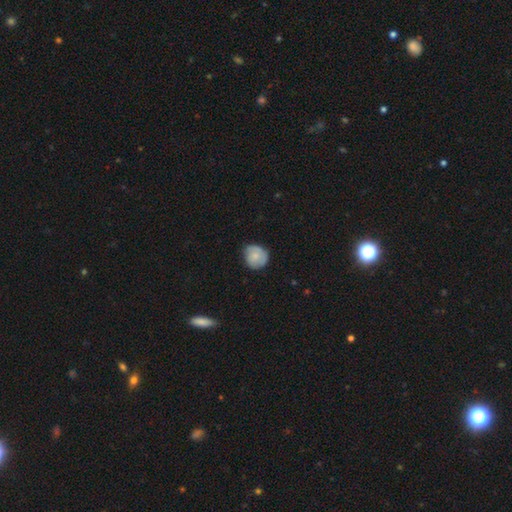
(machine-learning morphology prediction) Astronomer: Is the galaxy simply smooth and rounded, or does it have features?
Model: smooth — 76%.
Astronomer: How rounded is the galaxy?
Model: round — 85%.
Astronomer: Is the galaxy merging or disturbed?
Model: none — 73%.